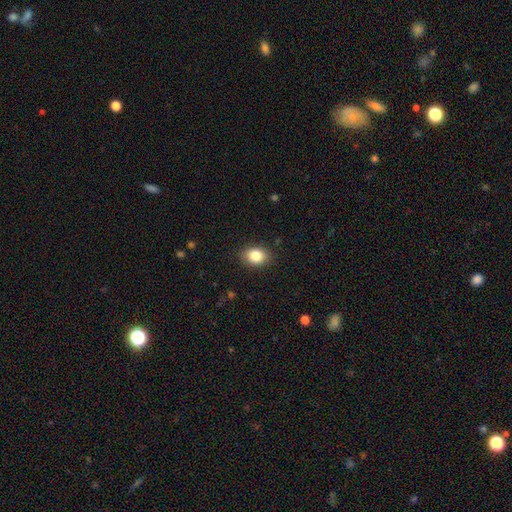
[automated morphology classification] Q: Smooth or featured?
A: smooth (85%); runner-up: star or artifact (9%)
Q: How rounded?
A: in between (68%); runner-up: round (30%)
Q: Merging?
A: none (87%); runner-up: minor disturbance (9%)